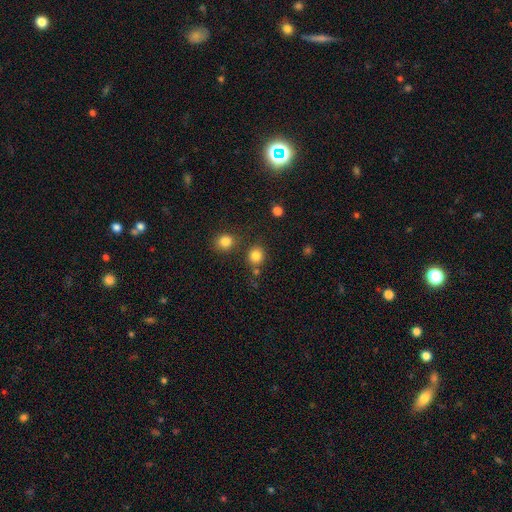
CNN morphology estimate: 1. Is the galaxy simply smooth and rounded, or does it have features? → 83% smooth, 13% star or artifact, 5% featured or disk.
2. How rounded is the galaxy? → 85% round, 14% in between, 1% cigar-shaped.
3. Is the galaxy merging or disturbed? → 77% none, 11% merger, 9% minor disturbance, 3% major disturbance.